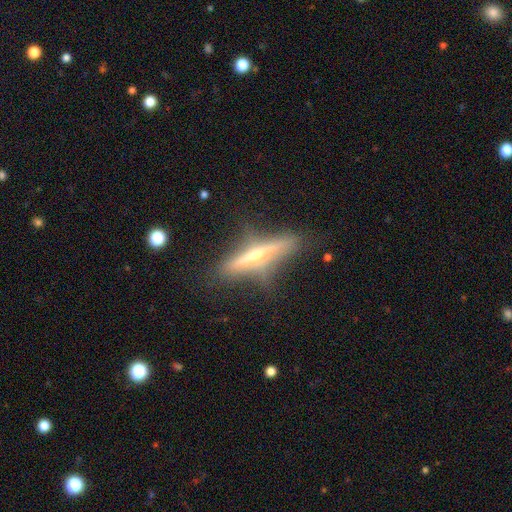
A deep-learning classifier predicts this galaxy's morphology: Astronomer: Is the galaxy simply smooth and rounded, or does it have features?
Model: featured or disk — 70%.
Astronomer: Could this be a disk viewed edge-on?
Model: yes — 94%.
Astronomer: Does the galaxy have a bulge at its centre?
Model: rounded — 75%.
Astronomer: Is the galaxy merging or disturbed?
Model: none — 73%.